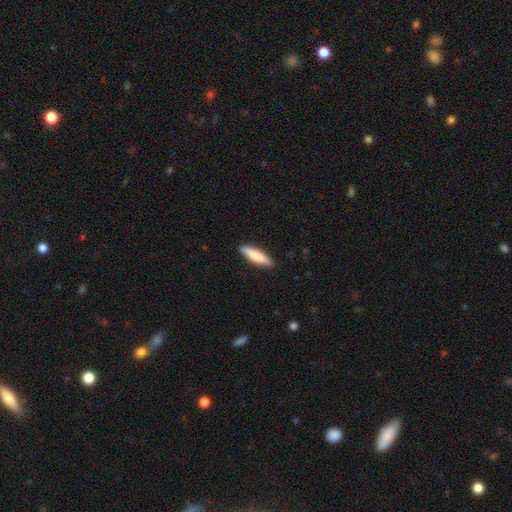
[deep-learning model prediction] This is likely a smooth galaxy (72%). How rounded: likely cigar-shaped (75%). Merging: clearly none (91%).